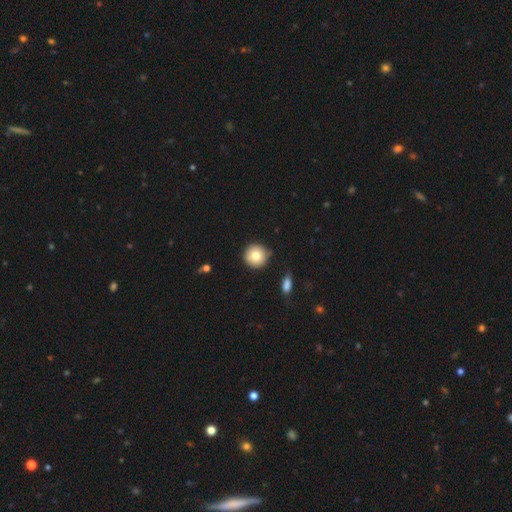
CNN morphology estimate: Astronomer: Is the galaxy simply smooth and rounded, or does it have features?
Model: smooth — 79%.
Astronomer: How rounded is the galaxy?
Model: round — 95%.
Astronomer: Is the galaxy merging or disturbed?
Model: none — 84%.